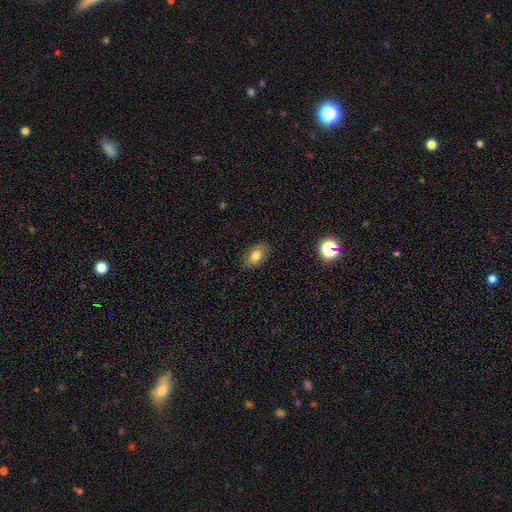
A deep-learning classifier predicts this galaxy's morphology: A smooth galaxy with no disk features (74%) that is in between round and cigar-shaped (88%).

Vote fractions:
- Smooth or featured? smooth: 74% / featured or disk: 17% / star or artifact: 10%
- How rounded? in between: 88% / round: 9% / cigar-shaped: 3%
- Merging? none: 83% / minor disturbance: 13% / major disturbance: 3% / merger: 1%